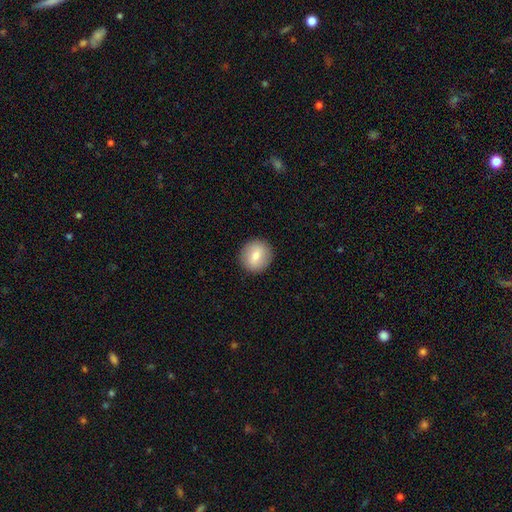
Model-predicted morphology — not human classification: smooth_or_featured: smooth (p=0.76) [alt: featured or disk p=0.17]
how_rounded: round (p=0.85) [alt: in between p=0.14]
merging: none (p=0.90) [alt: minor disturbance p=0.07]